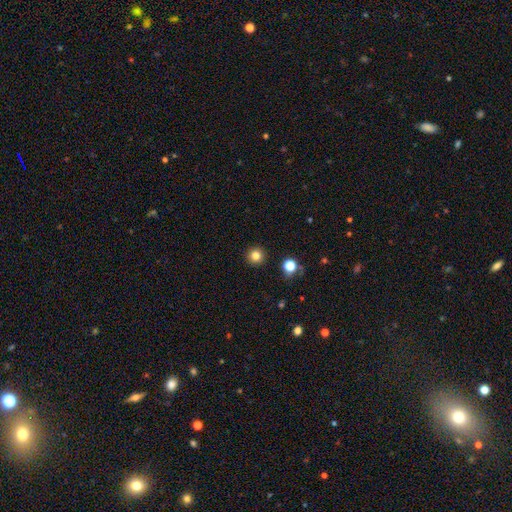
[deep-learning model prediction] smooth-or-featured: smooth: 81% | star or artifact: 13% | featured or disk: 6%
  how-rounded: round: 96% | in between: 3% | cigar-shaped: 1%
  merging: none: 92% | minor disturbance: 5% | major disturbance: 2% | merger: 2%